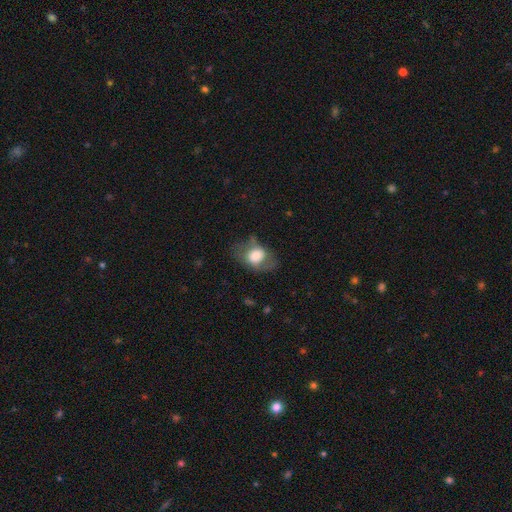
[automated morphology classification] smooth-or-featured: smooth: 67% | featured or disk: 26% | star or artifact: 8%
  how-rounded: in between: 65% | round: 34% | cigar-shaped: 1%
  merging: none: 54% | minor disturbance: 25% | major disturbance: 19% | merger: 2%